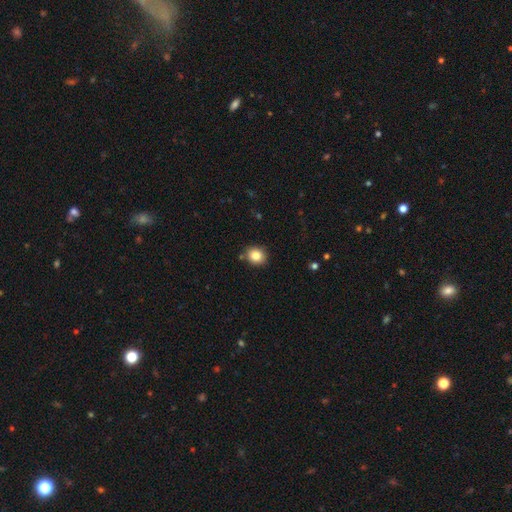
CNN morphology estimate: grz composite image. It shows a smooth galaxy with no disk features (83%) that is round (75%). Merging: none (85%).